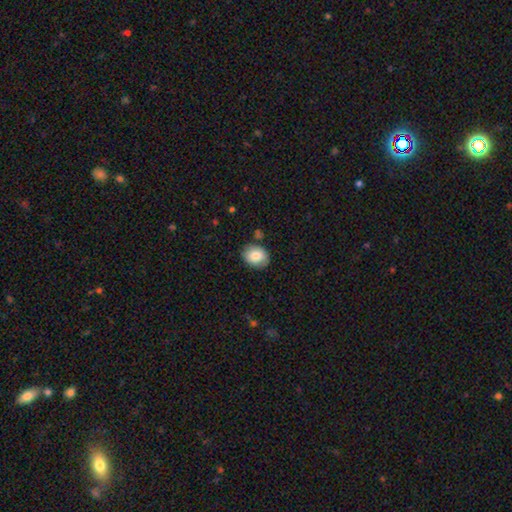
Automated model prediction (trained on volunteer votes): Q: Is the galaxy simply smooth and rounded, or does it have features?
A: smooth — 82%.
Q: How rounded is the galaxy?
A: in between — 59%.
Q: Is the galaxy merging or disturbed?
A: none — 82%.